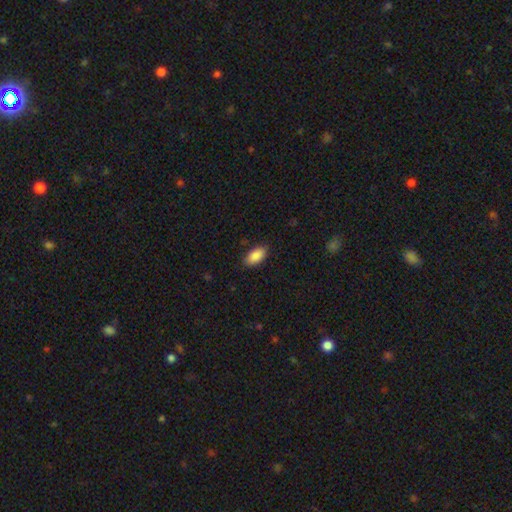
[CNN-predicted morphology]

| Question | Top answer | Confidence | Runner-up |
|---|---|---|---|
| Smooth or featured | smooth | 89% | star or artifact (6%) |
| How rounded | in between | 93% | cigar-shaped (4%) |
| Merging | none | 86% | minor disturbance (10%) |